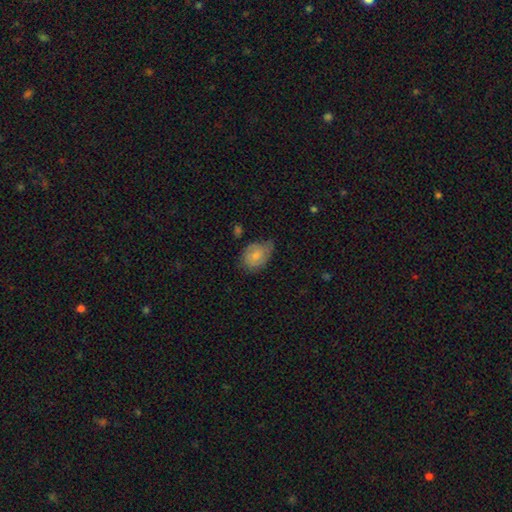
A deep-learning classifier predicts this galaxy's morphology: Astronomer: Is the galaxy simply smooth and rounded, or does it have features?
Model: smooth — 73%.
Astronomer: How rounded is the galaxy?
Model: in between — 72%.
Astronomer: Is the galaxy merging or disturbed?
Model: none — 43% (runner-up: minor disturbance, 41%).